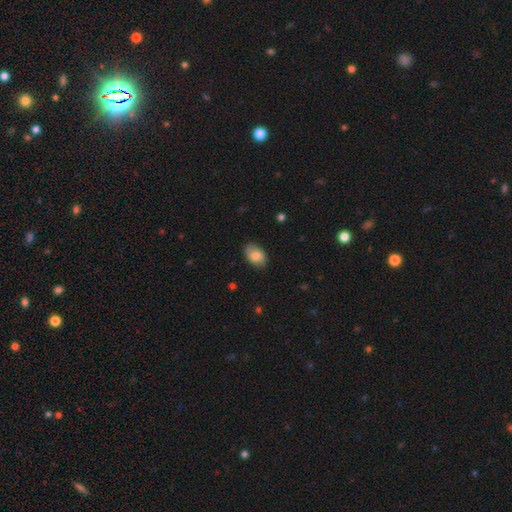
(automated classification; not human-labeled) smooth_or_featured: smooth (p=0.77) [alt: featured or disk p=0.16]
how_rounded: in between (p=0.86) [alt: round p=0.12]
merging: none (p=0.81) [alt: minor disturbance p=0.15]